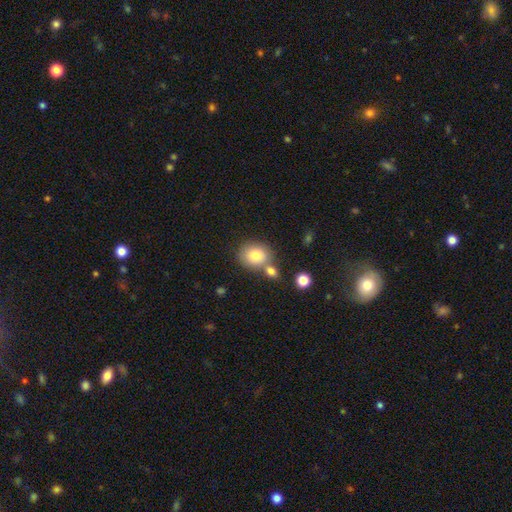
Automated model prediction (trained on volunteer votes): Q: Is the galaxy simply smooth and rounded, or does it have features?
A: smooth — 80%.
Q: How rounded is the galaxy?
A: round — 66%.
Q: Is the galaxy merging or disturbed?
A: none — 57%.